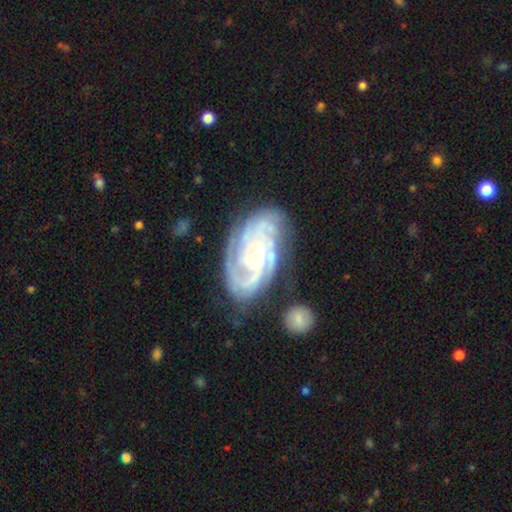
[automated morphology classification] type=featured or disk (90%); edge-on=no (97%); bar=no (70%); spiral arms=yes (98%); winding=tight (68%); arm count=3 (35%); bulge=small (62%); merging=none (69%).